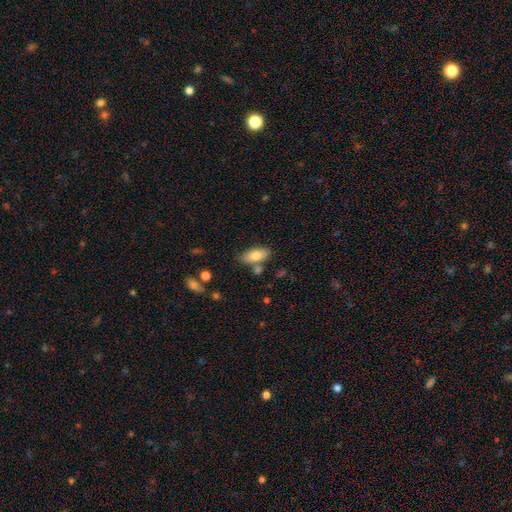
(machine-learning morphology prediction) Smooth or featured? smooth (77%)
How rounded? in between (87%)
Merging? none (72%)